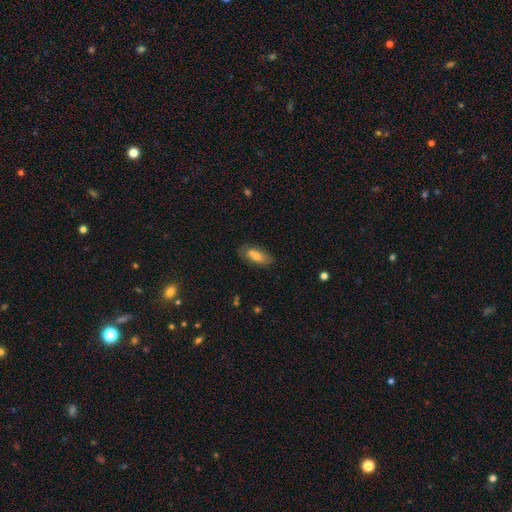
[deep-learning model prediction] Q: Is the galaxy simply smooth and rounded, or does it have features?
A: smooth — 69%.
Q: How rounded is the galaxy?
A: in between — 82%.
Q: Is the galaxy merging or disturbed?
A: none — 60%.